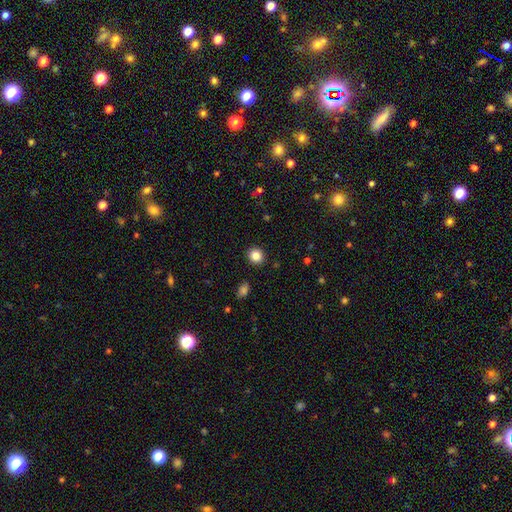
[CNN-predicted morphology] This is clearly a smooth galaxy (84%). How rounded: clearly round (80%). Merging: clearly none (91%).